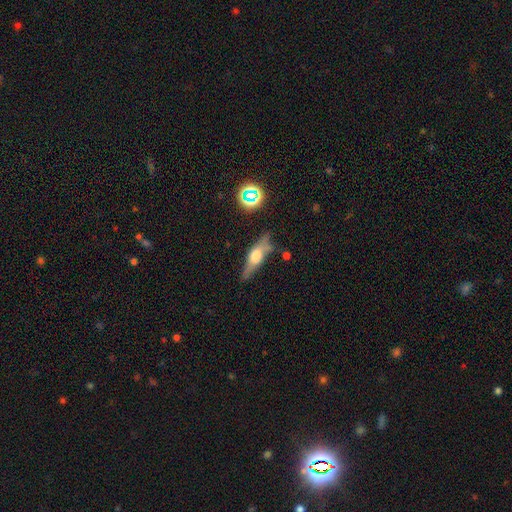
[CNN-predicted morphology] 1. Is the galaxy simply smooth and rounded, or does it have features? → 58% featured or disk, 33% smooth, 9% star or artifact.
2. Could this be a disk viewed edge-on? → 89% yes, 11% no.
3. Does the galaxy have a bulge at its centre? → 89% rounded, 9% boxy, 3% none.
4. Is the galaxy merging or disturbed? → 69% none, 20% minor disturbance, 6% major disturbance, 5% merger.